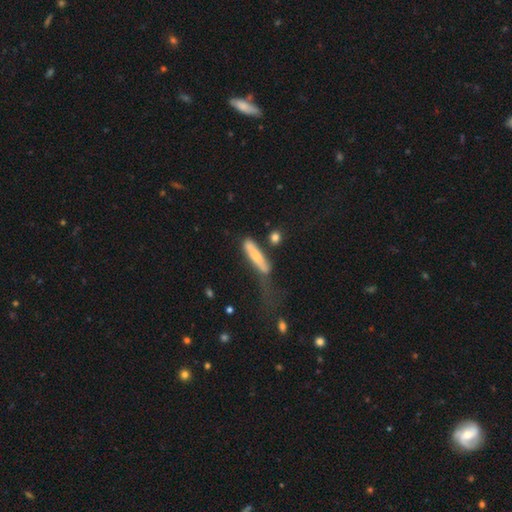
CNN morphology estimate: smooth-or-featured: smooth: 69% | featured or disk: 25% | star or artifact: 6%
  how-rounded: cigar-shaped: 81% | in between: 17% | round: 2%
  merging: none: 41% | minor disturbance: 28% | major disturbance: 22% | merger: 10%